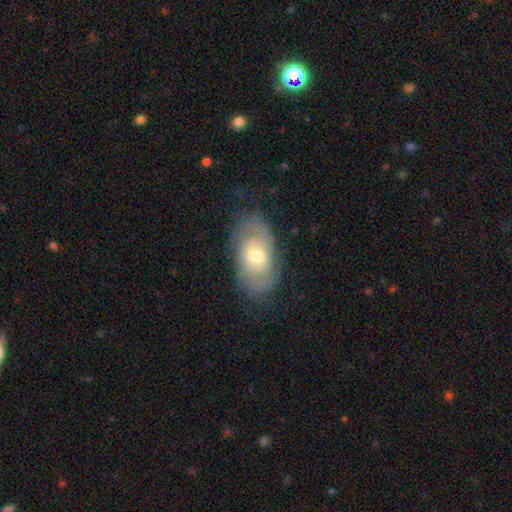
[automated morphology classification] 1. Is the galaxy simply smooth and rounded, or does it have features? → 50% featured or disk, 43% smooth, 7% star or artifact.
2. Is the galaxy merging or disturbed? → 67% none, 22% minor disturbance, 9% major disturbance, 1% merger.